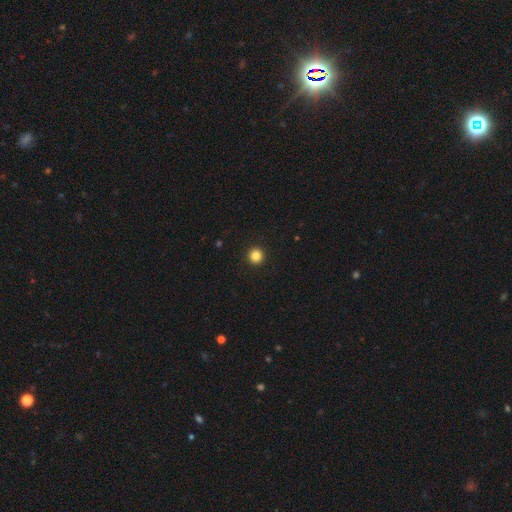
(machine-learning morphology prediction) A smooth galaxy with no disk features (85%) that is round (96%).

Vote fractions:
- Smooth or featured? smooth: 85% / star or artifact: 11% / featured or disk: 4%
- How rounded? round: 96% / in between: 3% / cigar-shaped: 1%
- Merging? none: 94% / minor disturbance: 4% / major disturbance: 1% / merger: 1%